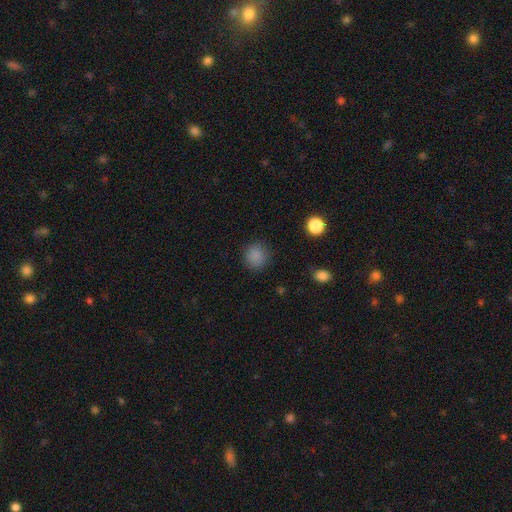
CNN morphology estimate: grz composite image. It shows a smooth galaxy with no disk features (86%) that is round (90%). Merging: none (87%).